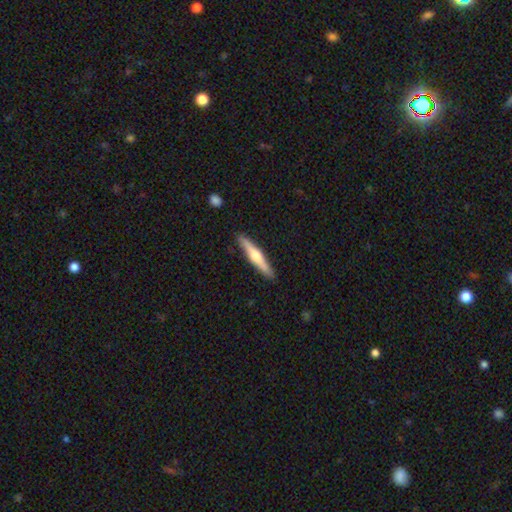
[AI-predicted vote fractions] This appears to be a featured or disk galaxy (53%) viewed edge-on (97%) with a rounded central bulge (85%). Merging: none (90%).